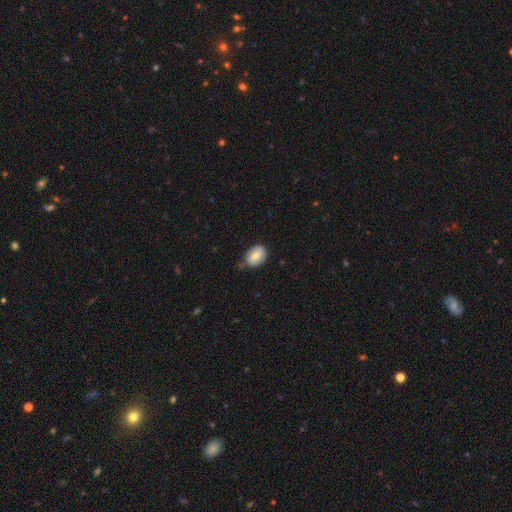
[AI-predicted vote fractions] Smooth or featured? Predicted: smooth (p=0.72). How rounded? Predicted: in between (p=0.71). Merging? Predicted: none (p=0.62).